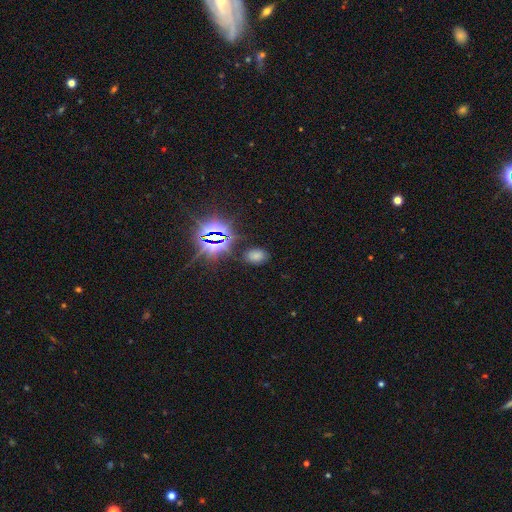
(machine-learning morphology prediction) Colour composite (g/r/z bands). It shows a smooth galaxy with no disk features (59%) that is in between round and cigar-shaped (84%). Merging: none (83%).